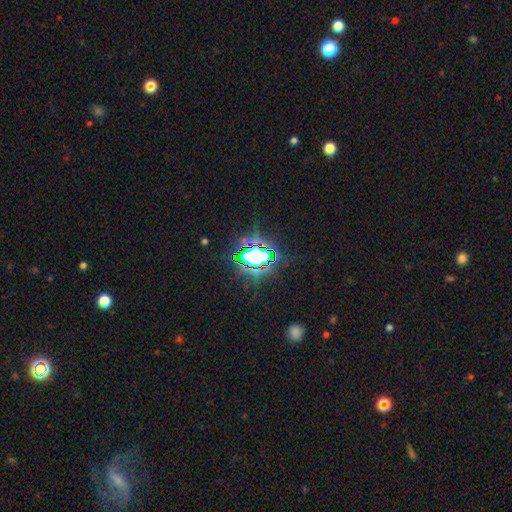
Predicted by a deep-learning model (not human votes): star or artifact 71%, smooth 17%, featured or disk 11%.